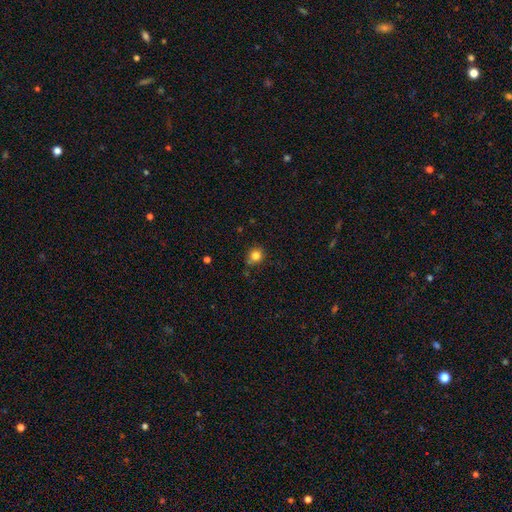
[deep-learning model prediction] Smooth or featured: smooth — 82% (star or artifact — 12%)
How rounded: round — 88% (in between — 11%)
Merging: none — 76% (minor disturbance — 13%)